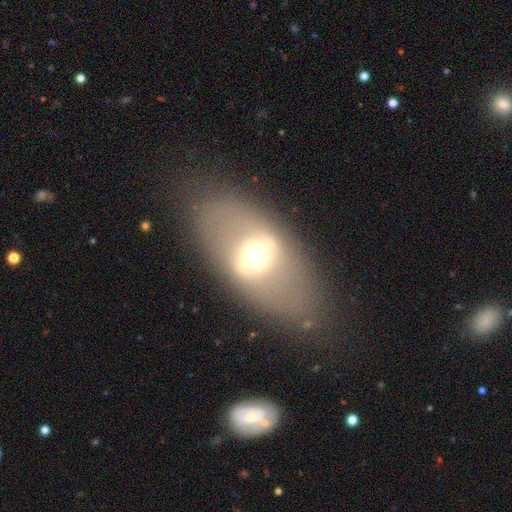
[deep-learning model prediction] This is possibly a featured or disk galaxy (52%). It is clearly not viewed edge-on (81%). Merging: likely none (75%).